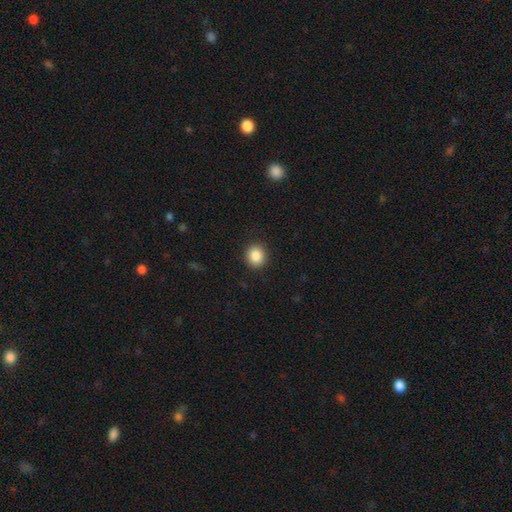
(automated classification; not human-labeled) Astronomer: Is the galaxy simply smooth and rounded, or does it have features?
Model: smooth — 87%.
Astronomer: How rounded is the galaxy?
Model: round — 81%.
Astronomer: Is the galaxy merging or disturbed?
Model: none — 90%.